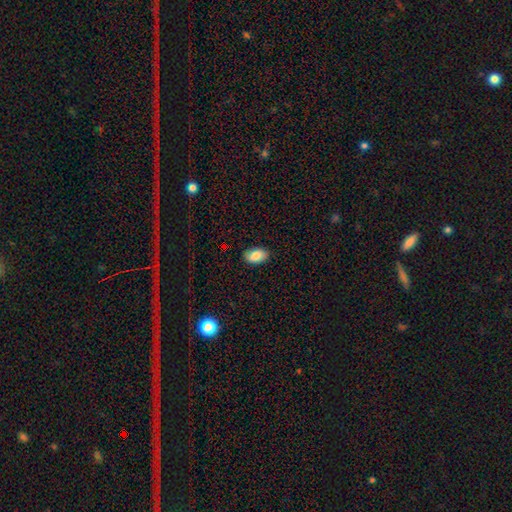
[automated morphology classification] The model was most divided on "merging": none: 87%, minor disturbance: 10%, major disturbance: 2%, merger: 1%. More confident: how rounded — in between (91%); smooth or featured — smooth (85%).